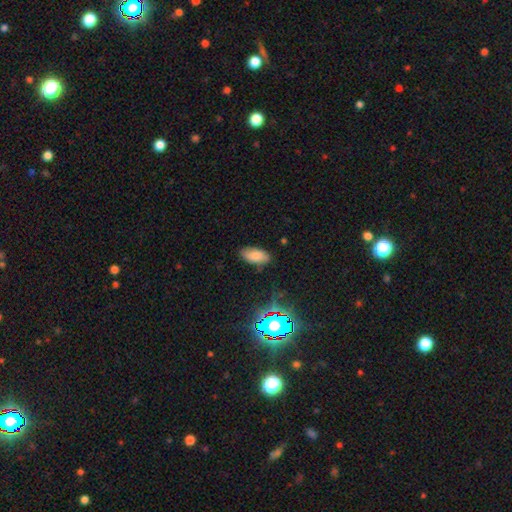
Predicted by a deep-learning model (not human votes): smooth_or_featured: smooth (p=0.79) [alt: star or artifact p=0.12]
how_rounded: in between (p=0.91) [alt: cigar-shaped p=0.06]
merging: none (p=0.83) [alt: minor disturbance p=0.13]